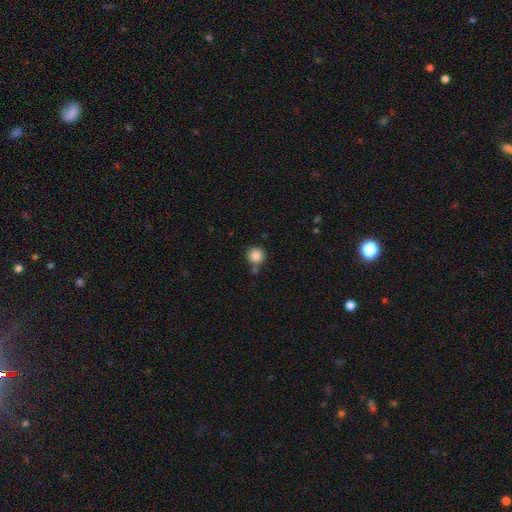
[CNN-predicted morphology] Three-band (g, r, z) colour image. It shows a smooth galaxy with no disk features (85%) that is round (94%). Merging: none (69%).